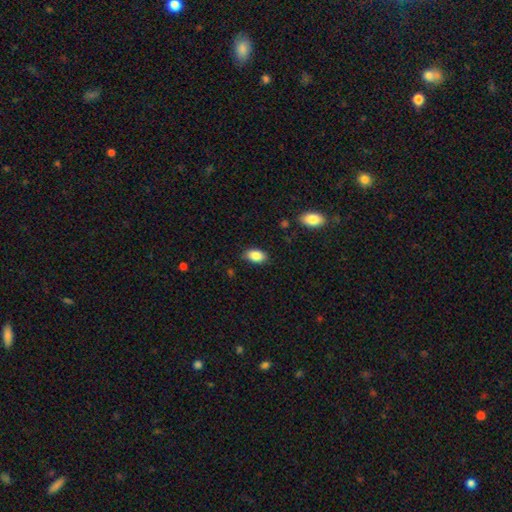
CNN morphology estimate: The model was most divided on "merging": none: 83%, minor disturbance: 13%, major disturbance: 3%, merger: 1%. More confident: how rounded — in between (91%); smooth or featured — smooth (88%).